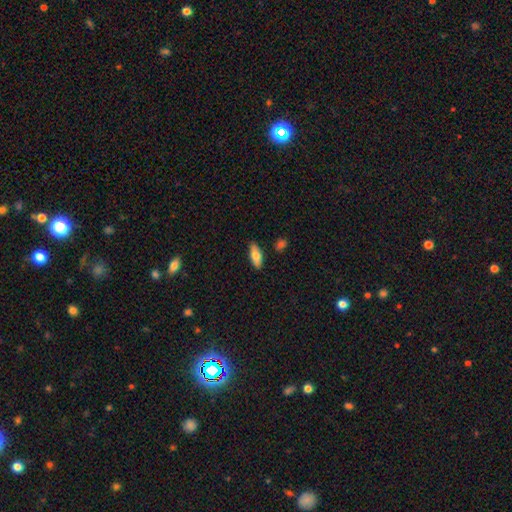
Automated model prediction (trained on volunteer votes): smooth 74%, featured or disk 20%, star or artifact 6%. Down the decision tree: how rounded — in between (75%); merging — none (86%).